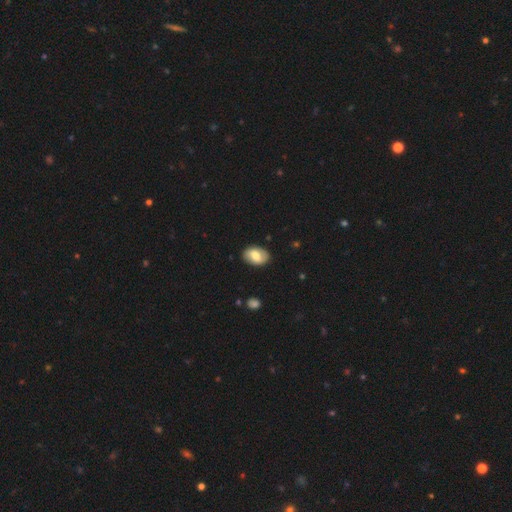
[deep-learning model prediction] Smooth or featured?
  - smooth: 66% *
  - featured or disk: 27%
  - star or artifact: 7%
How rounded?
  - in between: 87% *
  - round: 11%
  - cigar-shaped: 1%
Merging?
  - none: 85% *
  - minor disturbance: 11%
  - major disturbance: 3%
  - merger: 1%